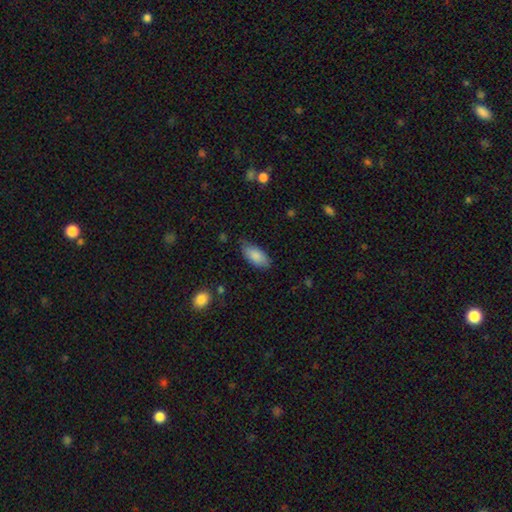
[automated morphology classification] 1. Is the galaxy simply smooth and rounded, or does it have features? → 86% smooth, 8% featured or disk, 6% star or artifact.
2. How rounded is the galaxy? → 90% in between, 8% cigar-shaped, 2% round.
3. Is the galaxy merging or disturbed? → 73% none, 21% minor disturbance, 4% major disturbance, 1% merger.